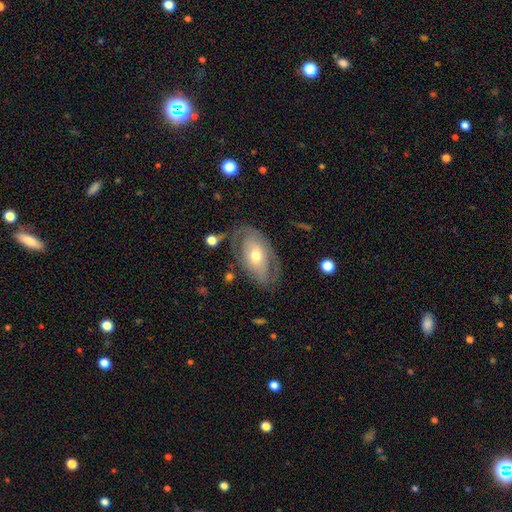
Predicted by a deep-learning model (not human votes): This appears to be a featured or disk galaxy (62%) with no bar (68%), spiral arms (65%) and a moderate central bulge (67%). Merging: none (61%).